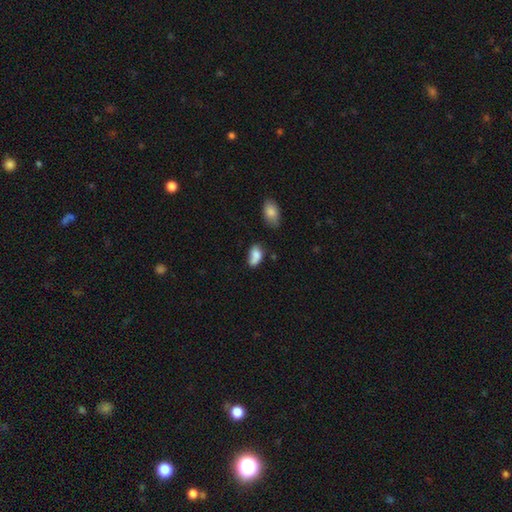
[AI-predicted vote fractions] This appears to be a smooth galaxy with no disk features (77%) that is in between round and cigar-shaped (88%). Merging: none (40%).